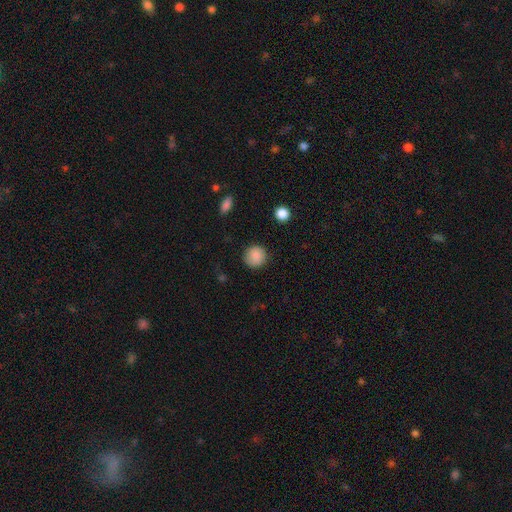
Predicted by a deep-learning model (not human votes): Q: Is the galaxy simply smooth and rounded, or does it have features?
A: smooth — 85%.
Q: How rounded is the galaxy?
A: round — 93%.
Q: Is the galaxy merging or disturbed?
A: none — 88%.